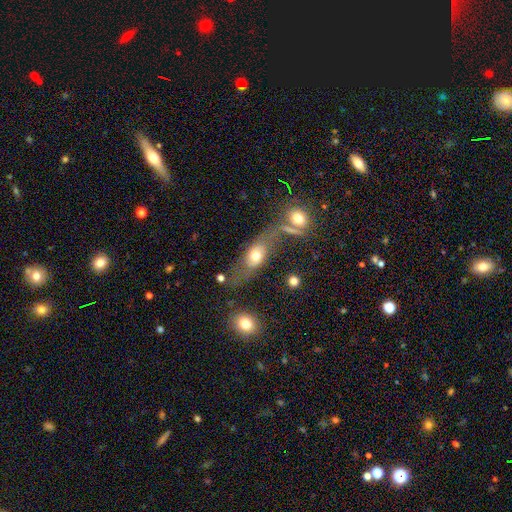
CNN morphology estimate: type=smooth (58%); roundness=in between (71%); merging=none (41%).